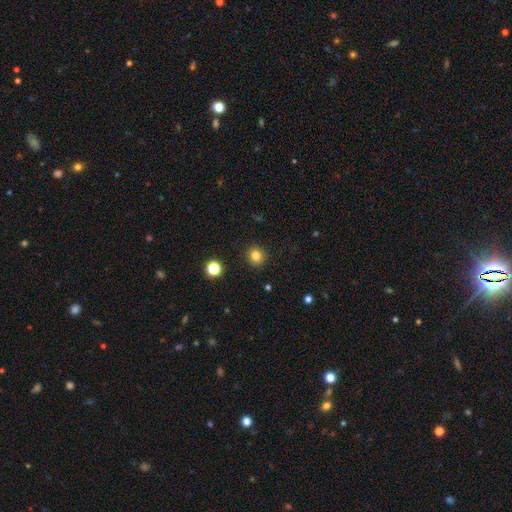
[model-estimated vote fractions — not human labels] smooth_or_featured: smooth (p=0.82) [alt: star or artifact p=0.12]
how_rounded: round (p=0.88) [alt: in between p=0.11]
merging: none (p=0.91) [alt: minor disturbance p=0.06]